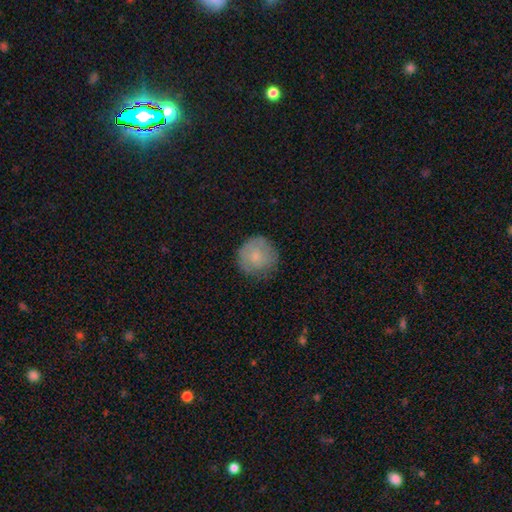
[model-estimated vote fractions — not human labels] This is likely a smooth galaxy (73%). How rounded: clearly round (94%). Merging: likely none (78%).